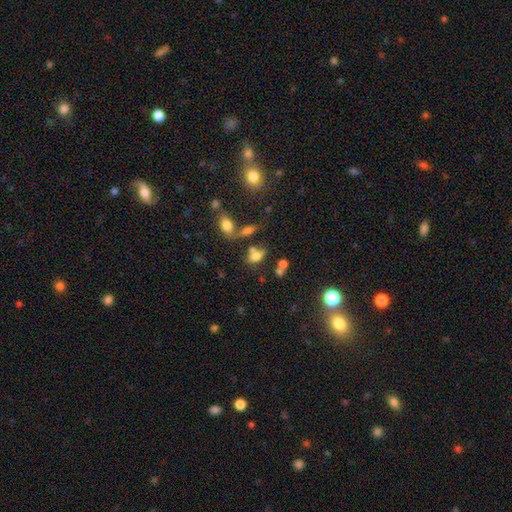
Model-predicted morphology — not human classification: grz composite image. It shows a smooth galaxy with no disk features (67%) that is in between round and cigar-shaped (79%). Merging: none (50%).